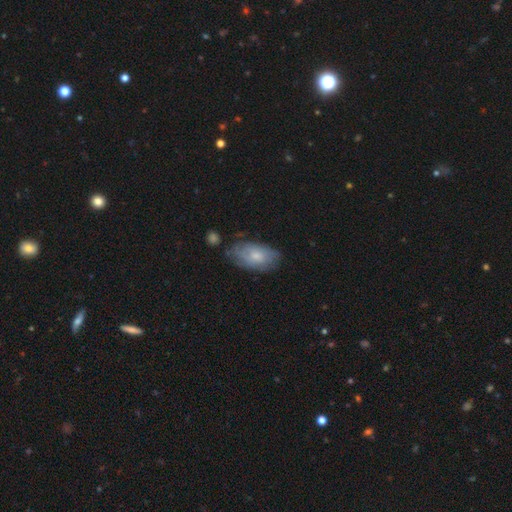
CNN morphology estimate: A smooth galaxy with no disk features (60%) that is in between round and cigar-shaped (93%). Merging: none (63%).